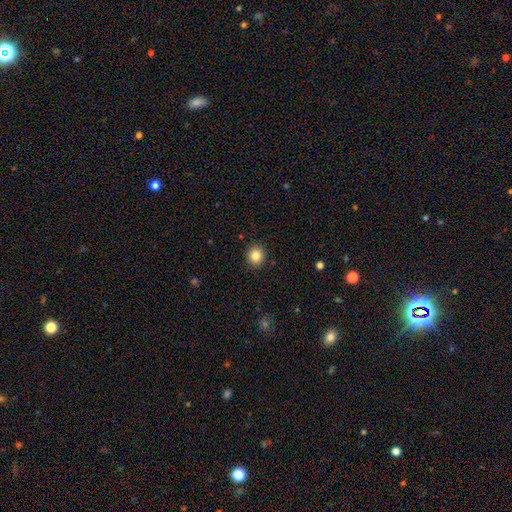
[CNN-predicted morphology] Overall: smooth (84%). How rounded: round (91%). Merging: none (92%).